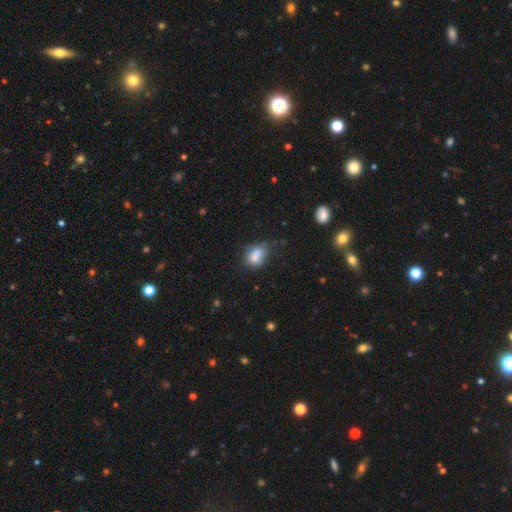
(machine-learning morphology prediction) Overall: smooth (75%). How rounded: in between (69%; round 29%). Merging: none (42%; minor disturbance 27%).